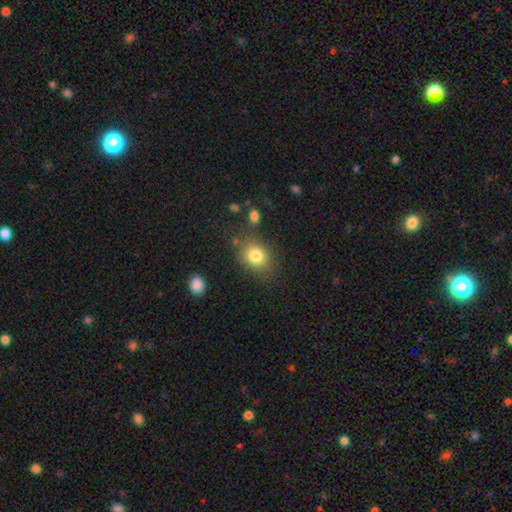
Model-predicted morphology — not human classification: Smooth or featured: smooth — 81% (star or artifact — 10%)
How rounded: in between — 55% (round — 44%)
Merging: none — 75% (minor disturbance — 15%)